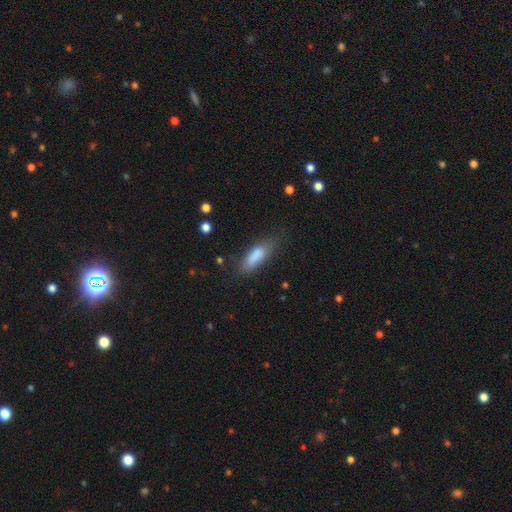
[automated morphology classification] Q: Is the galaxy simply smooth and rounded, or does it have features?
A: smooth — 83%.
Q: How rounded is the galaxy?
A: in between — 56%.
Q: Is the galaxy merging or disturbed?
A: none — 69%.